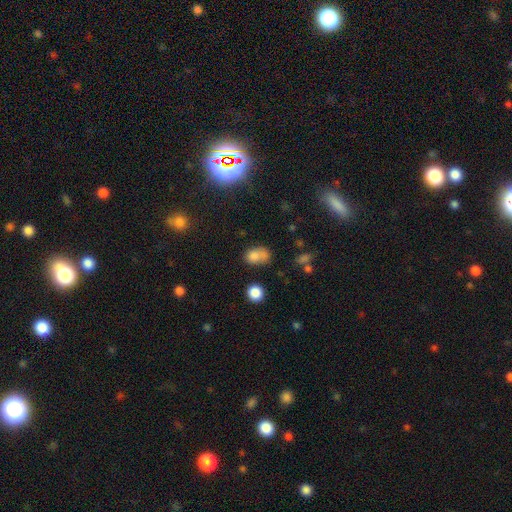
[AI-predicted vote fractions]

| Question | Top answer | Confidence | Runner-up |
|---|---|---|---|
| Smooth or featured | smooth | 76% | star or artifact (14%) |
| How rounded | in between | 69% | round (30%) |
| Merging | none | 38% | merger (28%) |